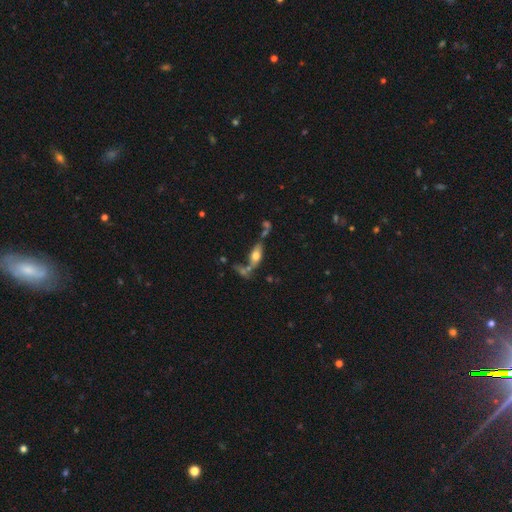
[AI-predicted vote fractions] smooth-or-featured: smooth: 50% | featured or disk: 41% | star or artifact: 10%
  merging: none: 53% | merger: 23% | minor disturbance: 16% | major disturbance: 9%